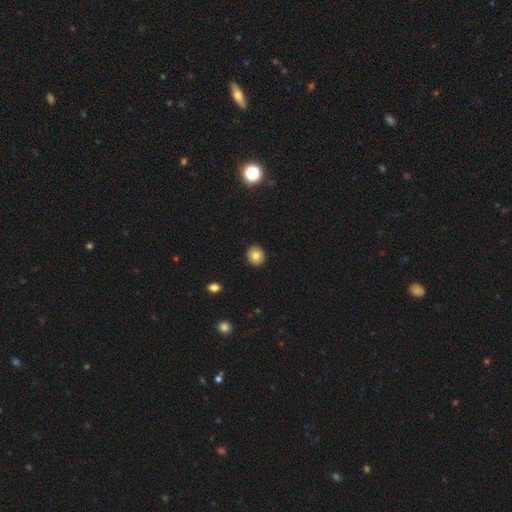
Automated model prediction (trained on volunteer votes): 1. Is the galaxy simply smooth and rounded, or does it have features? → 77% smooth, 14% featured or disk, 9% star or artifact.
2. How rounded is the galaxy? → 80% round, 19% in between, 1% cigar-shaped.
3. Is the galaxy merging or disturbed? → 91% none, 6% minor disturbance, 2% major disturbance, 1% merger.